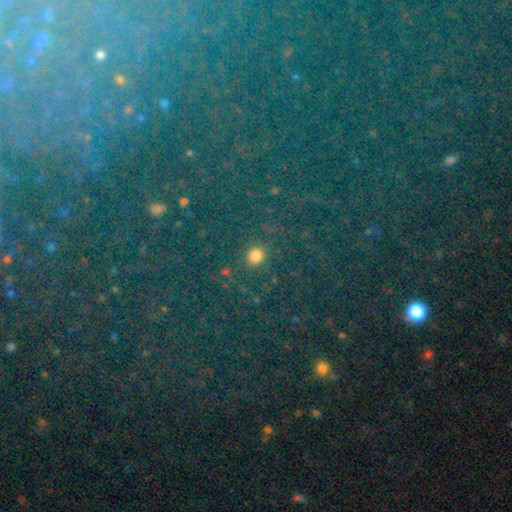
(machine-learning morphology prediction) A star or artifact, not a galaxy (44%).